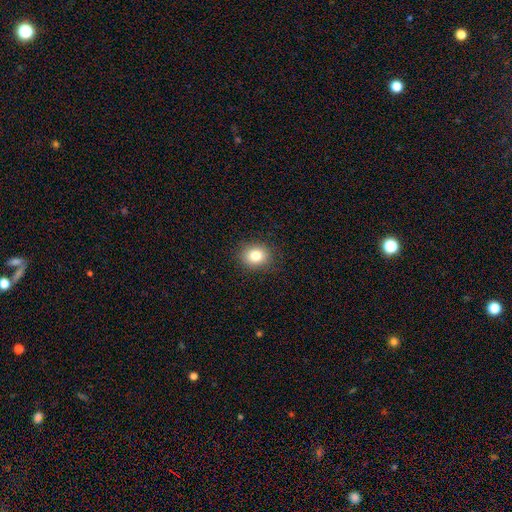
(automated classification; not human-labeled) A smooth galaxy with no disk features (81%) that is round (63%). Merging: none (87%).